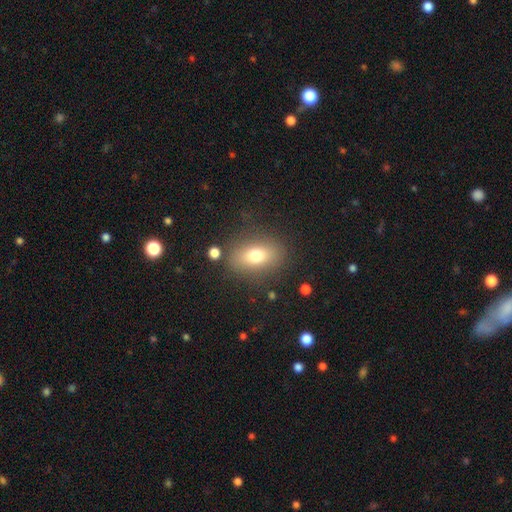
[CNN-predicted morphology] Q: Smooth or featured?
A: smooth (72%); runner-up: featured or disk (17%)
Q: How rounded?
A: in between (76%); runner-up: round (21%)
Q: Merging?
A: none (81%); runner-up: minor disturbance (11%)